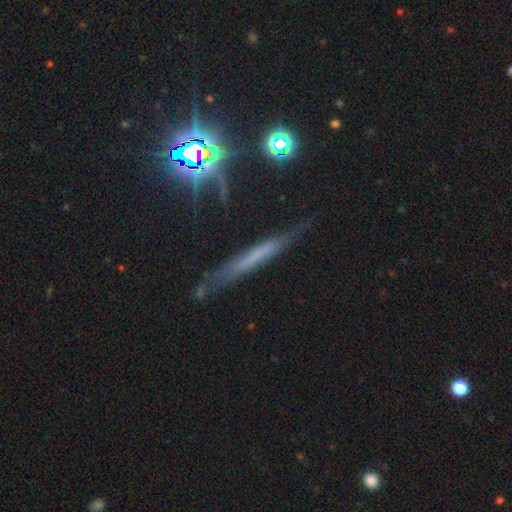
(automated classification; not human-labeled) Smooth or featured: featured or disk — 47% (smooth — 34%)
Merging: none — 73% (minor disturbance — 18%)